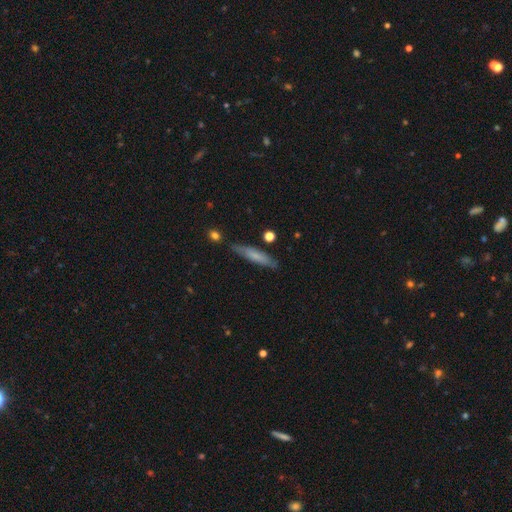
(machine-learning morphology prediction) Smooth or featured?
  - smooth: 65% *
  - featured or disk: 29%
  - star or artifact: 7%
How rounded?
  - cigar-shaped: 86% *
  - in between: 12%
  - round: 2%
Merging?
  - none: 79% *
  - minor disturbance: 15%
  - major disturbance: 3%
  - merger: 3%